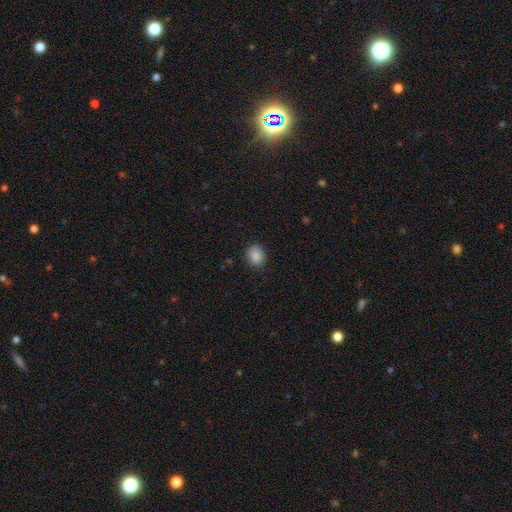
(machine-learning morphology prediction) Smooth or featured? Predicted: smooth (p=0.87). How rounded? Predicted: round (p=0.56). Merging? Predicted: none (p=0.85).